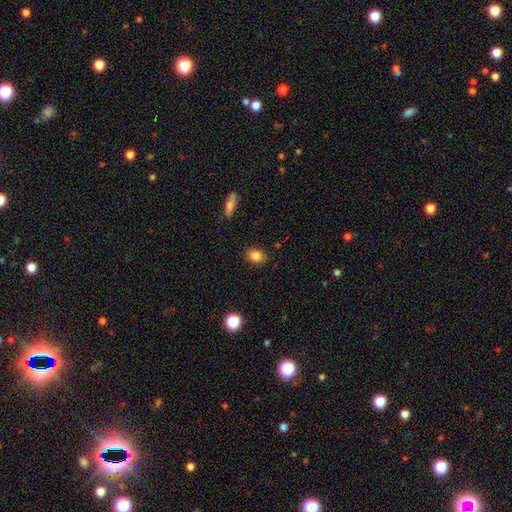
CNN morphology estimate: This is clearly a smooth galaxy (83%). How rounded: likely in between (62%). Merging: clearly none (87%).